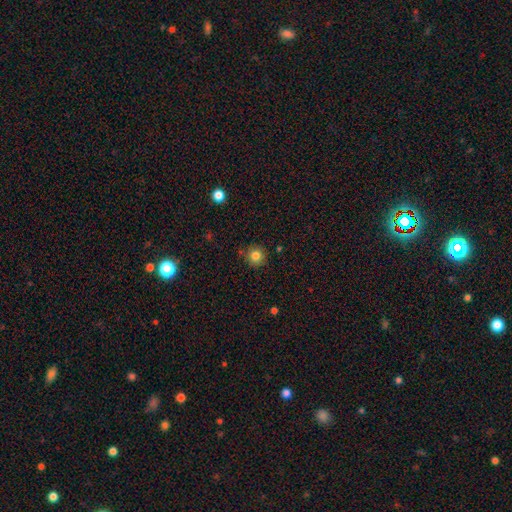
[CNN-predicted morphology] Smooth or featured? smooth (82%)
How rounded? round (93%)
Merging? none (86%)